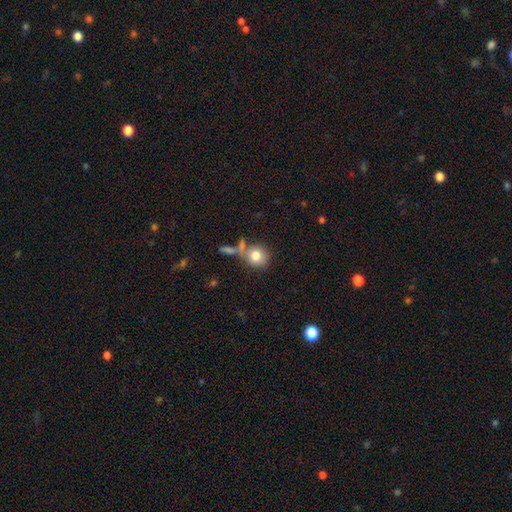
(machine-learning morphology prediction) Smooth or featured? smooth (79%)
How rounded? round (83%)
Merging? none (58%)